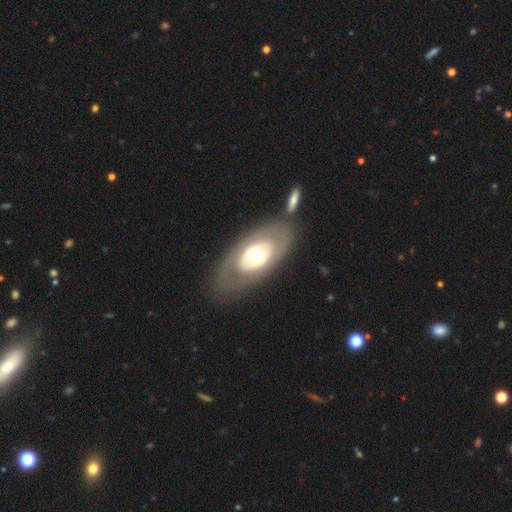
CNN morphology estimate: A featured or disk galaxy (55%).

Vote fractions:
- Smooth or featured? featured or disk: 55% / smooth: 40% / star or artifact: 5%
- Edge-on disk? no: 88% / yes: 12%
- Merging? none: 76% / minor disturbance: 12% / major disturbance: 7% / merger: 6%